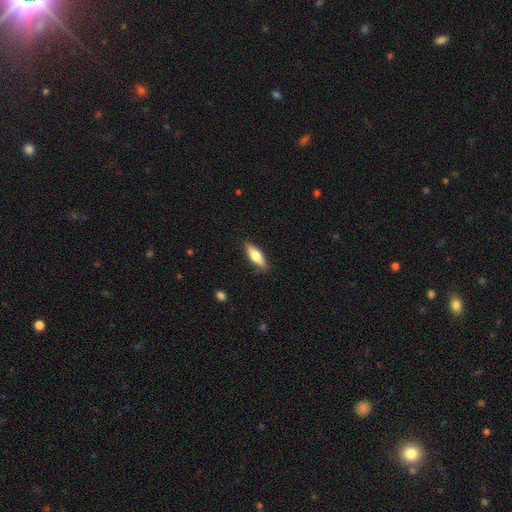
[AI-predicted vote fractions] Smooth or featured?
  - smooth: 68% *
  - featured or disk: 26%
  - star or artifact: 6%
How rounded?
  - in between: 57% *
  - cigar-shaped: 41%
  - round: 2%
Merging?
  - none: 86% *
  - minor disturbance: 11%
  - major disturbance: 2%
  - merger: 1%